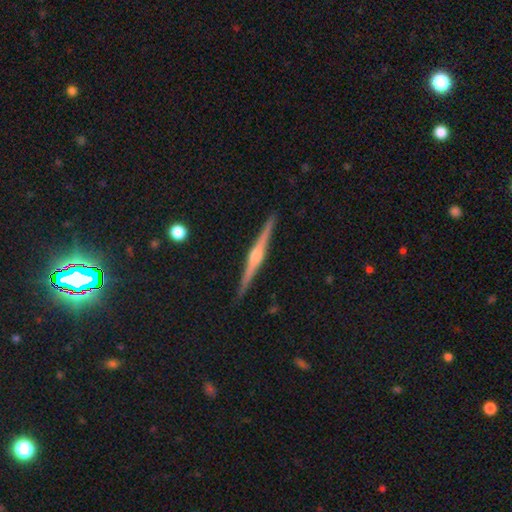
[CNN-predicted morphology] The model was most divided on "smooth or featured": featured or disk: 82%, smooth: 10%, star or artifact: 8%. More confident: edge-on disk — yes (98%); merging — none (92%); edge-on bulge — rounded (83%).